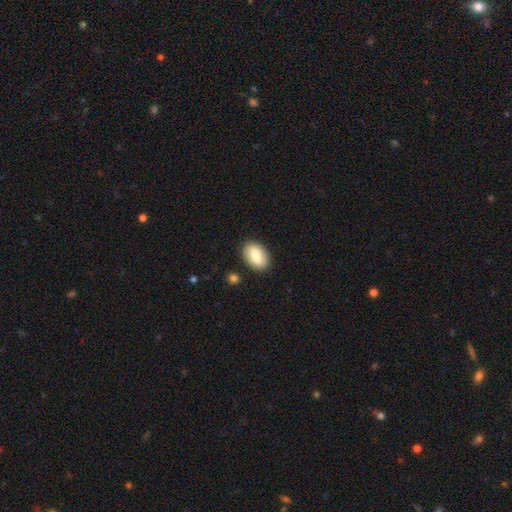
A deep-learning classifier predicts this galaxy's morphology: Q: Smooth or featured?
A: smooth (78%); runner-up: featured or disk (16%)
Q: How rounded?
A: in between (89%); runner-up: round (9%)
Q: Merging?
A: none (87%); runner-up: minor disturbance (9%)